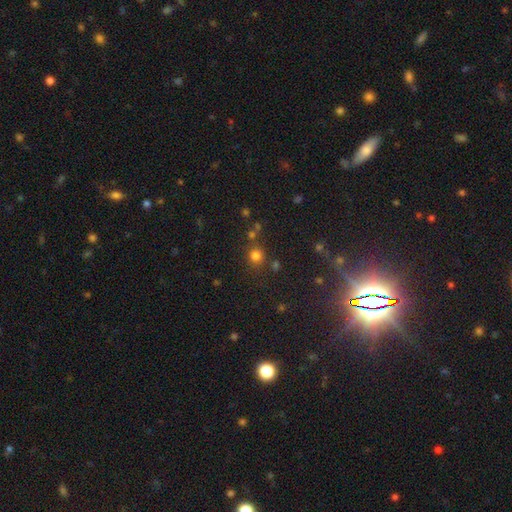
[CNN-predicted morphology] This appears to be a smooth galaxy with no disk features (77%) that is round (90%). Merging: none (78%).